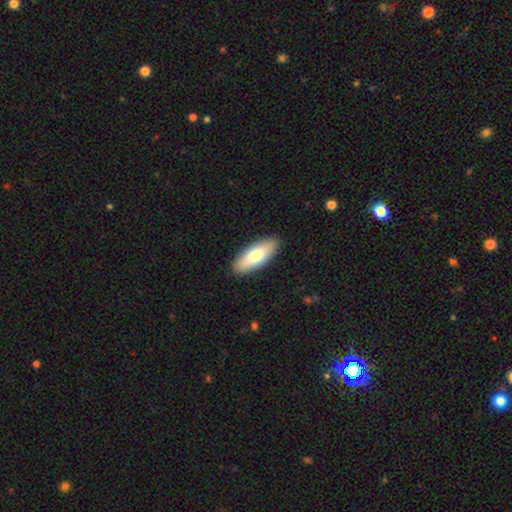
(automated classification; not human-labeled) A smooth galaxy with no disk features (73%) that is in between round and cigar-shaped (75%). Merging: none (90%).